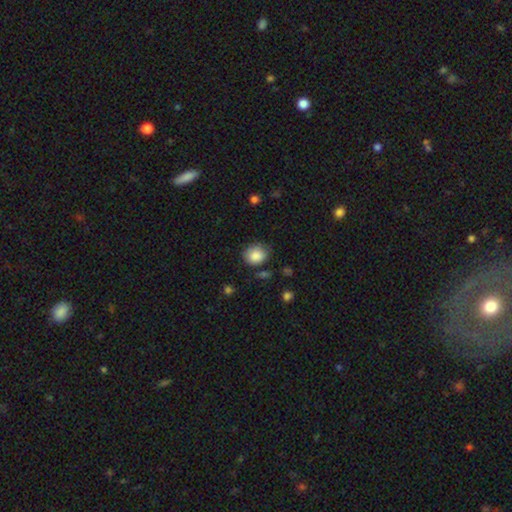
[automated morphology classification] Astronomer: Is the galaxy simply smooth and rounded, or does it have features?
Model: smooth — 86%.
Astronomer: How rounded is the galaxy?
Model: round — 66%.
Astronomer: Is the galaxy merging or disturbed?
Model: none — 71%.